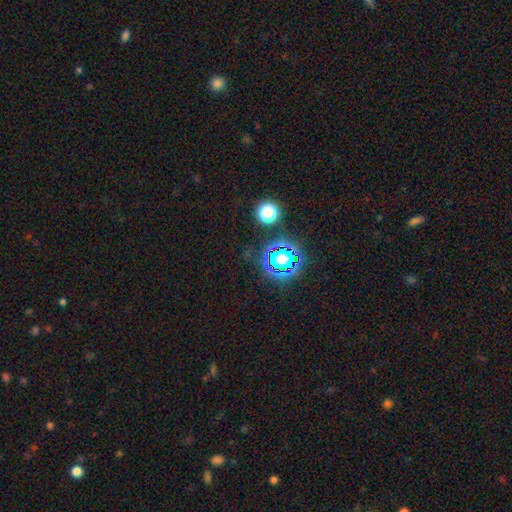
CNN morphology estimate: The model was most divided on "smooth or featured": star or artifact: 78%, smooth: 15%, featured or disk: 7%.